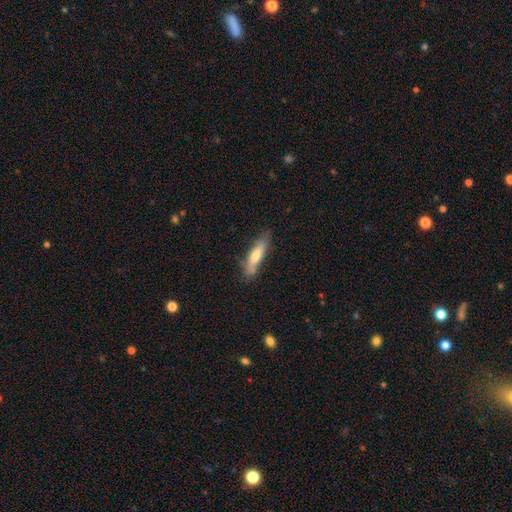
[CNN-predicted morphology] The model was most divided on "smooth or featured": smooth: 66%, featured or disk: 28%, star or artifact: 6%. More confident: how rounded — cigar-shaped (74%); merging — none (72%).